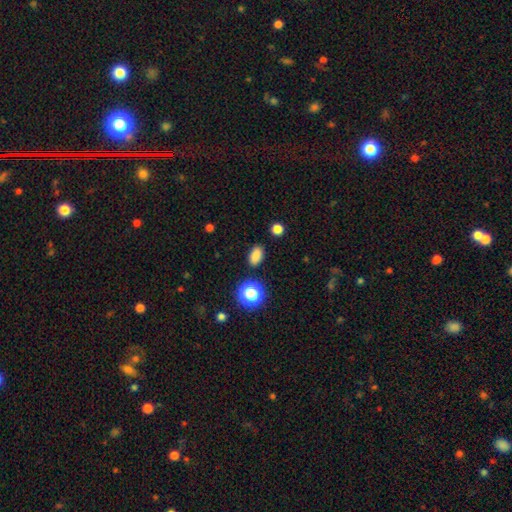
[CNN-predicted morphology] A smooth galaxy with no disk features (83%) that is in between round and cigar-shaped (84%).

Vote fractions:
- Smooth or featured? smooth: 83% / star or artifact: 14% / featured or disk: 4%
- How rounded? in between: 84% / round: 14% / cigar-shaped: 2%
- Merging? none: 87% / minor disturbance: 9% / major disturbance: 2% / merger: 2%